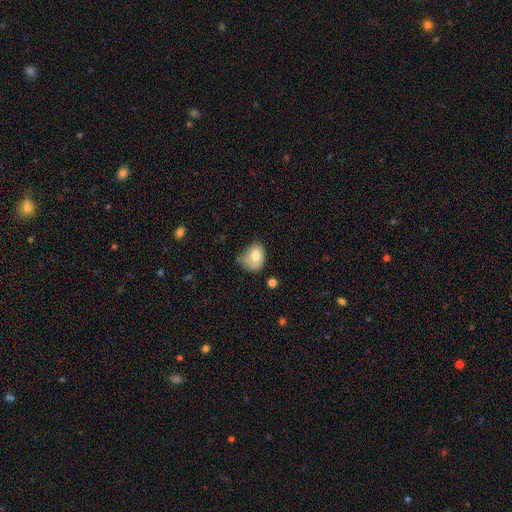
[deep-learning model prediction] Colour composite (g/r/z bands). It shows a smooth galaxy with no disk features (75%) that is in between round and cigar-shaped (63%). Merging: minor disturbance (42%).